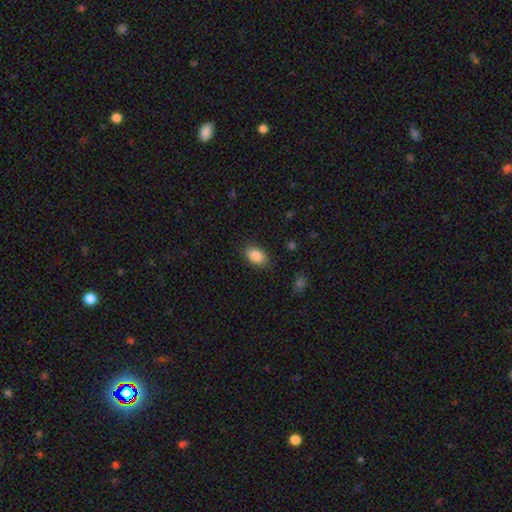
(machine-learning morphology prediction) This appears to be a smooth galaxy with no disk features (88%) that is in between round and cigar-shaped (87%). Merging: none (85%).